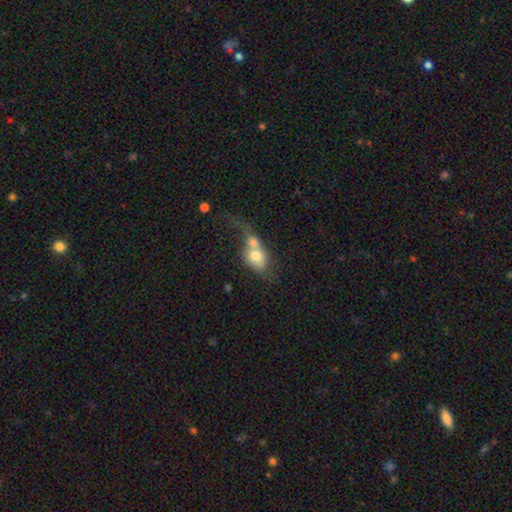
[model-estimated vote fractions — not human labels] smooth_or_featured: smooth (p=0.67) [alt: featured or disk p=0.25]
how_rounded: in between (p=0.59) [alt: round p=0.37]
merging: merger (p=0.69) [alt: none p=0.12]